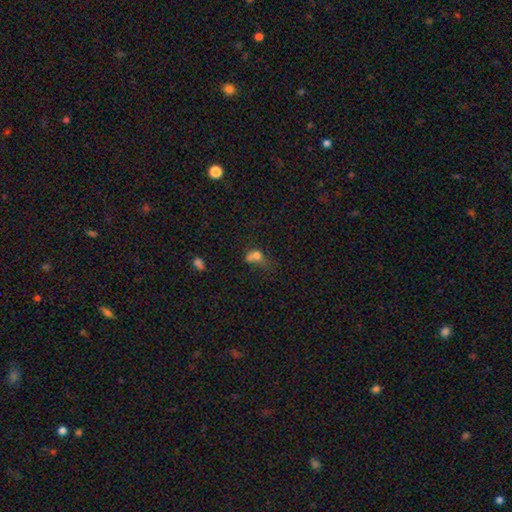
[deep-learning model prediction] This appears to be a smooth galaxy with no disk features (67%) that is in between round and cigar-shaped (55%). Merging: merger (38%).